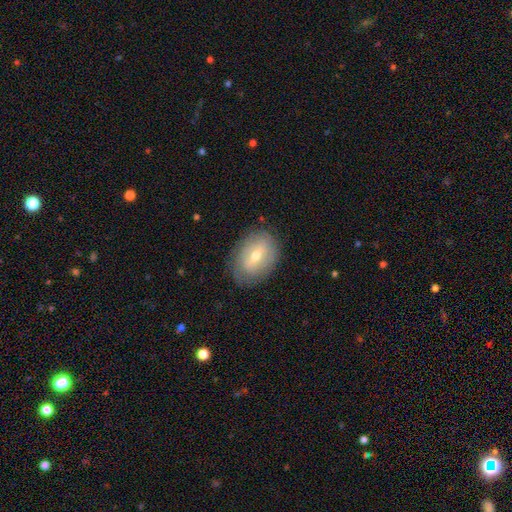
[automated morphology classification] A smooth galaxy with no disk features (46%). Merging: none (80%).